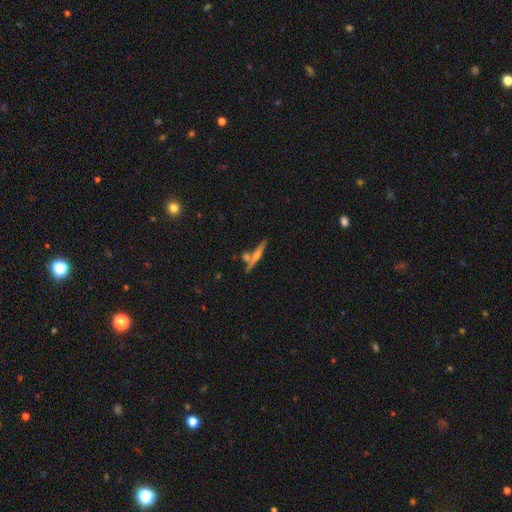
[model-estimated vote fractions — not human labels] Smooth or featured? featured or disk (60%)
Edge-on disk? yes (94%)
Edge-on bulge? rounded (71%)
Merging? none (67%)